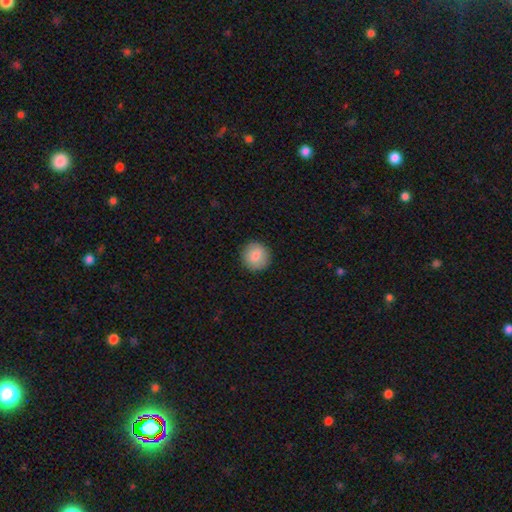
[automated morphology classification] This is clearly a smooth galaxy (85%). How rounded: clearly round (94%). Merging: clearly none (91%).